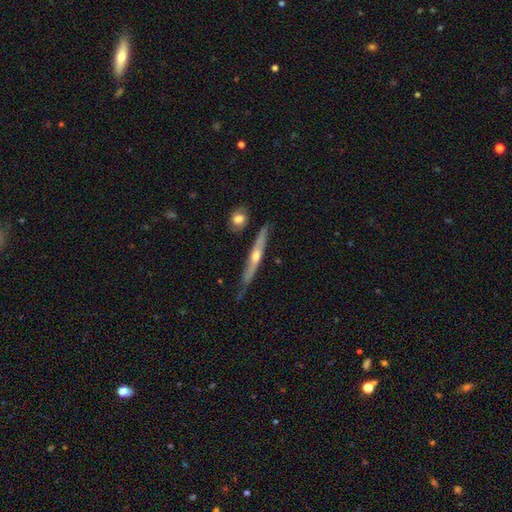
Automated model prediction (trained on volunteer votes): A featured or disk galaxy (76%) viewed edge-on (96%) with a rounded central bulge (86%).

Vote fractions:
- Smooth or featured? featured or disk: 76% / smooth: 18% / star or artifact: 6%
- Edge-on disk? yes: 96% / no: 4%
- Edge-on bulge? rounded: 86% / none: 11% / boxy: 3%
- Merging? none: 83% / minor disturbance: 12% / merger: 3% / major disturbance: 2%